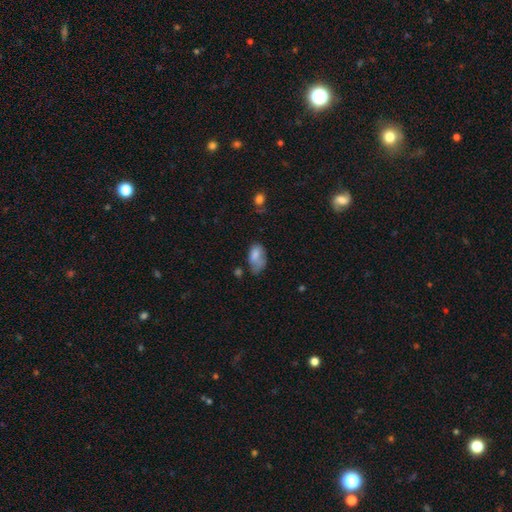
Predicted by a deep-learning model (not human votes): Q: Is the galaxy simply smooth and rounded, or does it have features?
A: smooth — 73%.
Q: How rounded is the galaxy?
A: in between — 90%.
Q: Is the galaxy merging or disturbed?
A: minor disturbance — 34%.